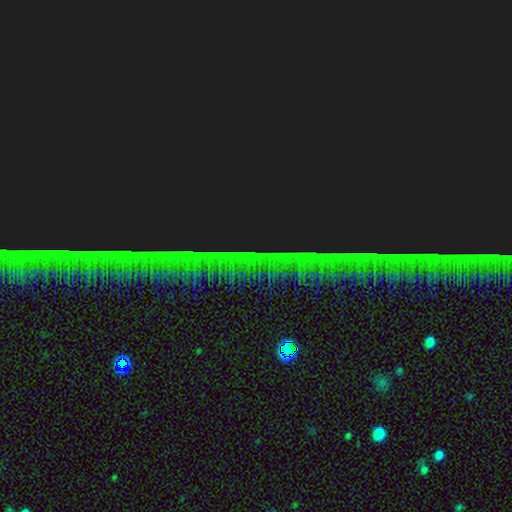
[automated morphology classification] Smooth or featured? star or artifact (86%)